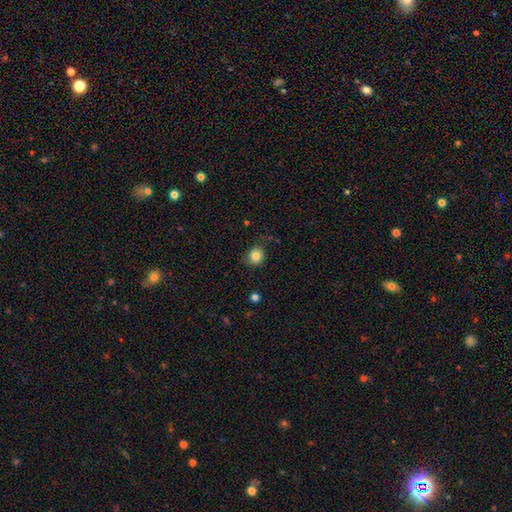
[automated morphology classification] smooth-or-featured: smooth: 83% | star or artifact: 10% | featured or disk: 6%
  how-rounded: round: 81% | in between: 18% | cigar-shaped: 1%
  merging: none: 77% | minor disturbance: 17% | major disturbance: 4% | merger: 2%